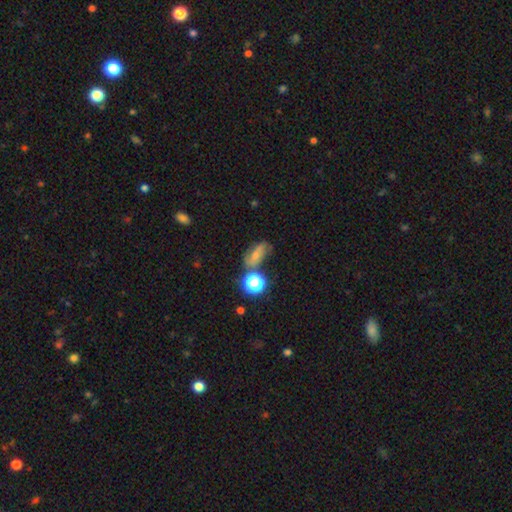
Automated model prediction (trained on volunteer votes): This is possibly a smooth galaxy (45%). Merging: possibly none (56%).